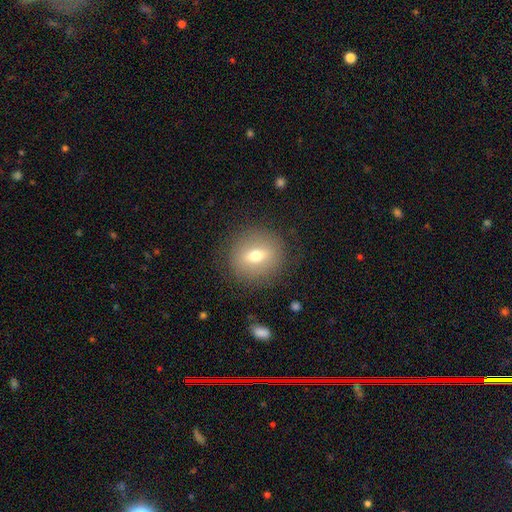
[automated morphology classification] smooth_or_featured: smooth (p=0.60) [alt: featured or disk p=0.29]
how_rounded: round (p=0.81) [alt: in between p=0.18]
merging: none (p=0.86) [alt: minor disturbance p=0.09]